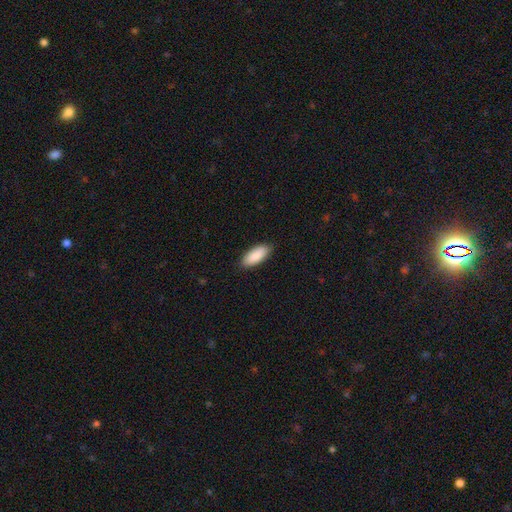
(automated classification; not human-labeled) This appears to be a smooth galaxy with no disk features (89%) that is in between round and cigar-shaped (82%). Merging: none (88%).